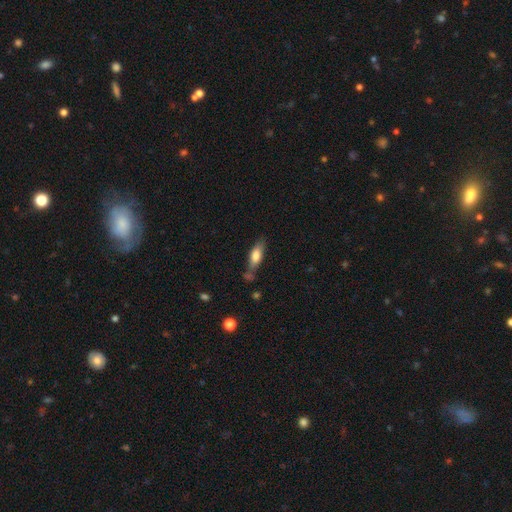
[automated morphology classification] Smooth or featured?
  - smooth: 71% *
  - featured or disk: 22%
  - star or artifact: 7%
How rounded?
  - in between: 57% *
  - cigar-shaped: 40%
  - round: 3%
Merging?
  - none: 57% *
  - minor disturbance: 23%
  - merger: 13%
  - major disturbance: 7%